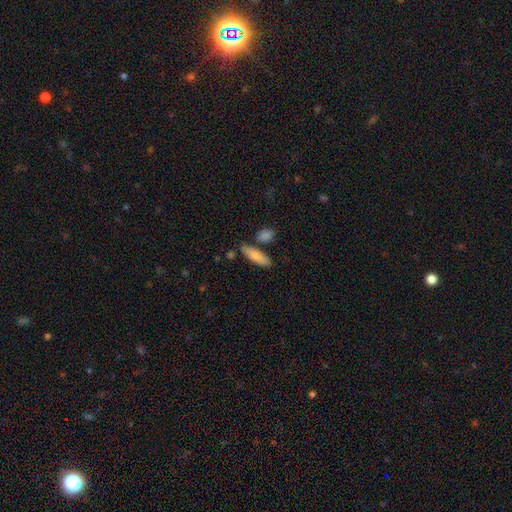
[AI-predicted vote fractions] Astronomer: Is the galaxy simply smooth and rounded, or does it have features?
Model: smooth — 82%.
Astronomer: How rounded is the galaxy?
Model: cigar-shaped — 49% (runner-up: in between, 48%).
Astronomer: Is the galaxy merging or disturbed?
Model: none — 75%.